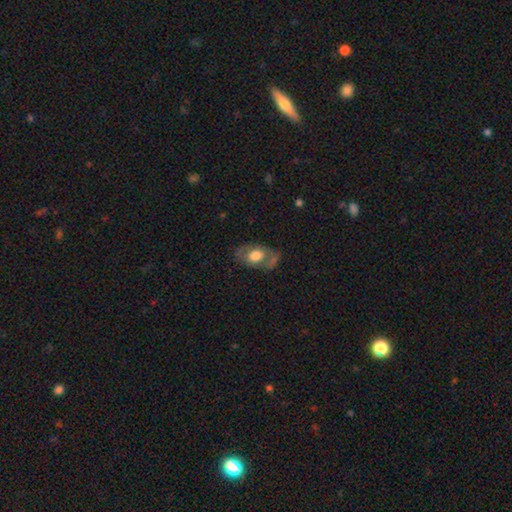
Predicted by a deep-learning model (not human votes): Smooth or featured? Predicted: smooth (p=0.54). How rounded? Predicted: in between (p=0.86). Merging? Predicted: none (p=0.65).